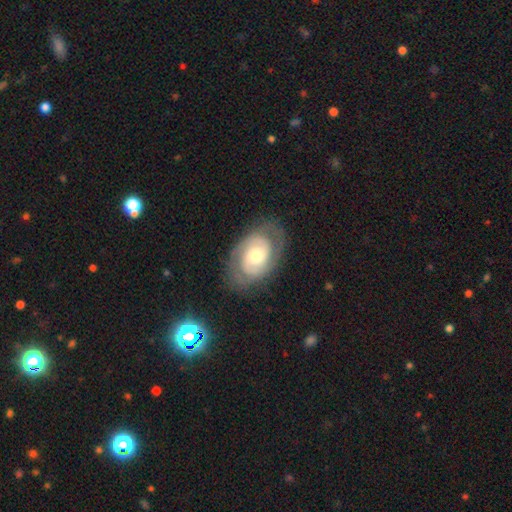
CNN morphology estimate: Q: Smooth or featured?
A: featured or disk (77%); runner-up: smooth (17%)
Q: Edge-on disk?
A: no (96%); runner-up: yes (4%)
Q: Bar?
A: no (63%); runner-up: weak (29%)
Q: Spiral arms?
A: yes (89%); runner-up: no (11%)
Q: Spiral winding?
A: tight (56%); runner-up: medium (35%)
Q: Spiral arm count?
A: 2 (74%); runner-up: can't tell (15%)
Q: Bulge size?
A: moderate (61%); runner-up: large (20%)
Q: Merging?
A: none (75%); runner-up: minor disturbance (16%)